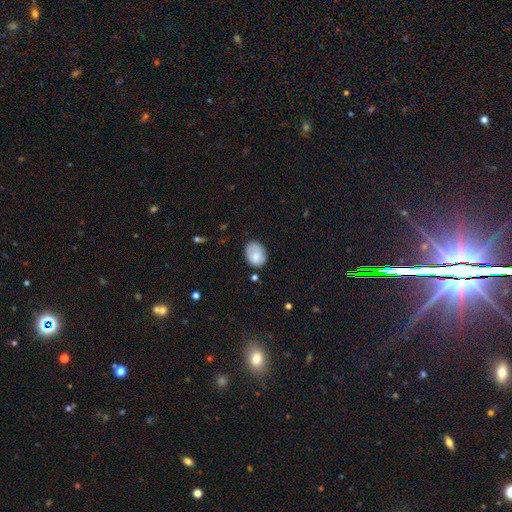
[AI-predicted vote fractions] Smooth or featured? Predicted: smooth (p=0.80). How rounded? Predicted: in between (p=0.66). Merging? Predicted: none (p=0.67).